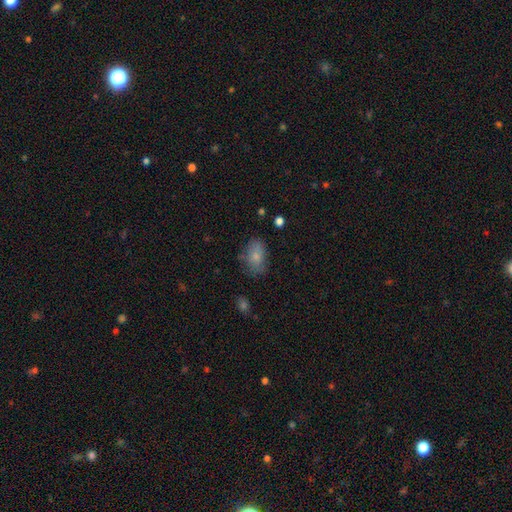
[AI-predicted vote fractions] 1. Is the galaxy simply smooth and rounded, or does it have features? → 78% smooth, 13% featured or disk, 9% star or artifact.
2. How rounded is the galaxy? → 86% in between, 12% round, 2% cigar-shaped.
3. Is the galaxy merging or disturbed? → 64% none, 25% minor disturbance, 9% major disturbance, 3% merger.